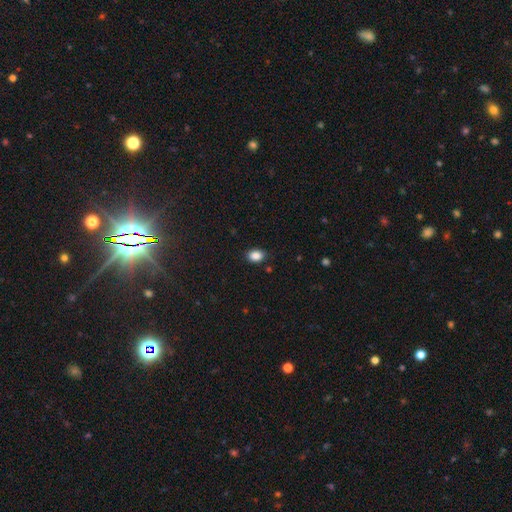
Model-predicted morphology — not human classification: Smooth or featured?
  - smooth: 87% *
  - star or artifact: 9%
  - featured or disk: 4%
How rounded?
  - in between: 72% *
  - round: 27%
  - cigar-shaped: 1%
Merging?
  - none: 86% *
  - minor disturbance: 11%
  - major disturbance: 2%
  - merger: 1%